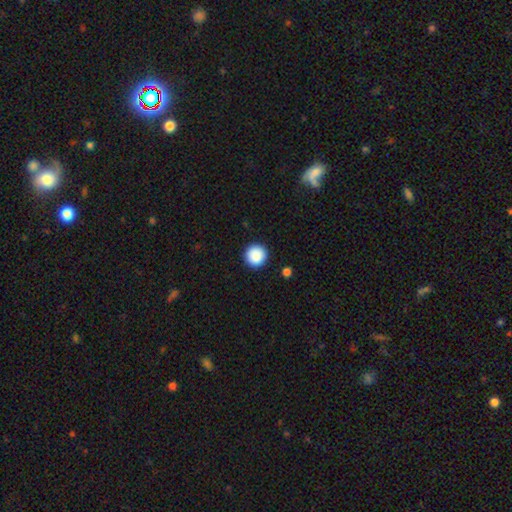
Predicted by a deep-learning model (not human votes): This is clearly a smooth galaxy (89%). How rounded: clearly round (96%). Merging: clearly none (92%).